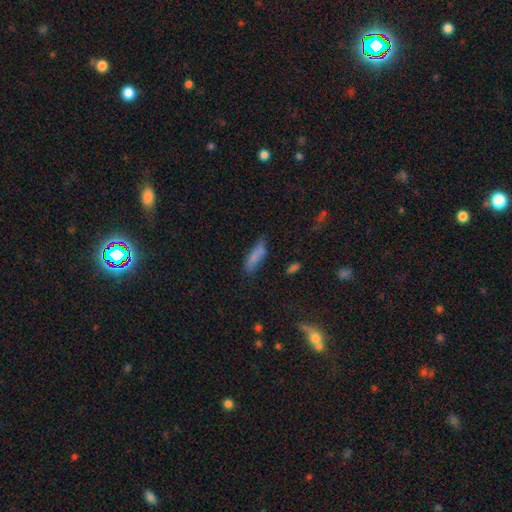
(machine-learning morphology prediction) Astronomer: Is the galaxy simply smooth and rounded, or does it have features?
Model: smooth — 79%.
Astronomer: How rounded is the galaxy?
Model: cigar-shaped — 55% (runner-up: in between, 43%).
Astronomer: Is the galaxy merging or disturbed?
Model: none — 68%.